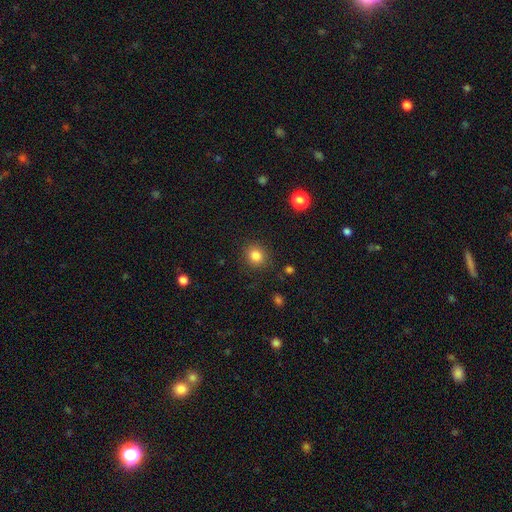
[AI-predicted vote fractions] smooth_or_featured: smooth (p=0.83) [alt: star or artifact p=0.11]
how_rounded: round (p=0.81) [alt: in between p=0.19]
merging: none (p=0.87) [alt: minor disturbance p=0.09]